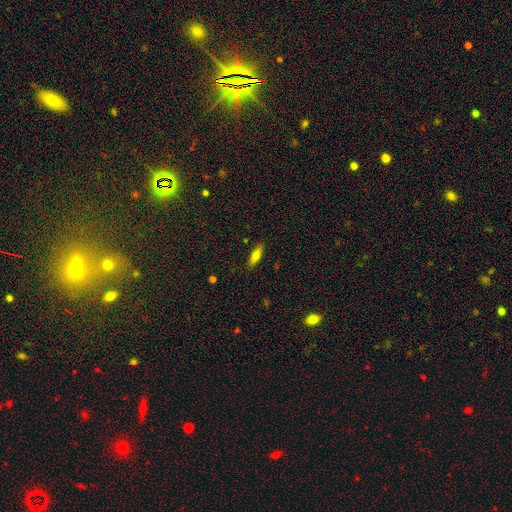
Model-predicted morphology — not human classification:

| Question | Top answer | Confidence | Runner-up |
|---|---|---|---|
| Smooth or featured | smooth | 64% | featured or disk (28%) |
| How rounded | cigar-shaped | 55% | in between (43%) |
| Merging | none | 88% | minor disturbance (9%) |